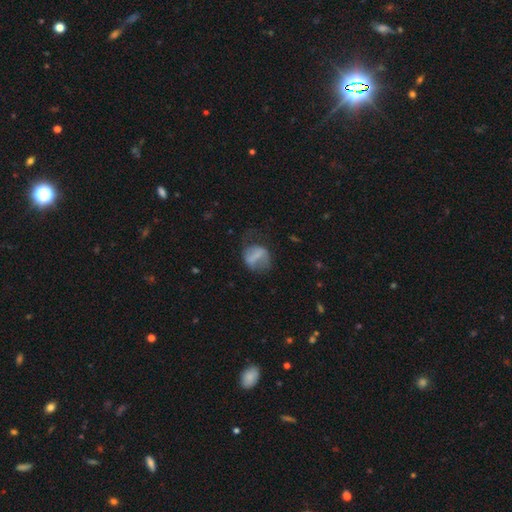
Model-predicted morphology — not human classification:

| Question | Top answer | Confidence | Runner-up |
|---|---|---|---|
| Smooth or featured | smooth | 51% | featured or disk (40%) |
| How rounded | round | 50% | in between (47%) |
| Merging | none | 45% | major disturbance (27%) |